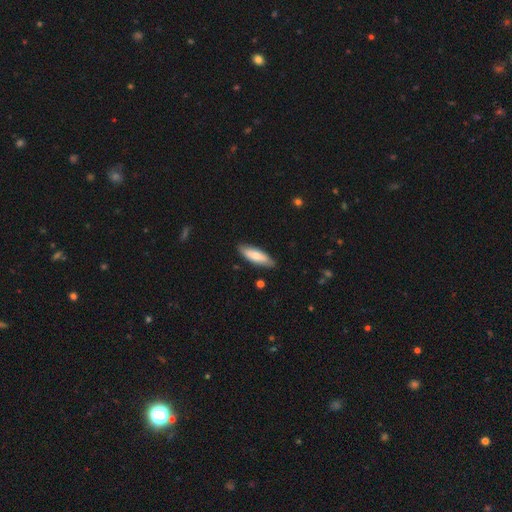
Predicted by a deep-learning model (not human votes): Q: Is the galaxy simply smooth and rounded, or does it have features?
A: smooth — 68%.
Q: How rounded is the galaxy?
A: in between — 57%.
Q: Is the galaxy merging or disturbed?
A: none — 82%.